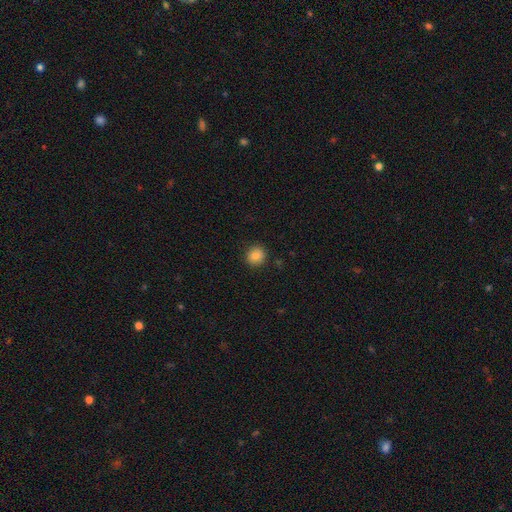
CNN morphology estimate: smooth-or-featured: smooth: 85% | star or artifact: 10% | featured or disk: 6%
  how-rounded: round: 89% | in between: 10% | cigar-shaped: 1%
  merging: none: 90% | minor disturbance: 7% | major disturbance: 2% | merger: 1%